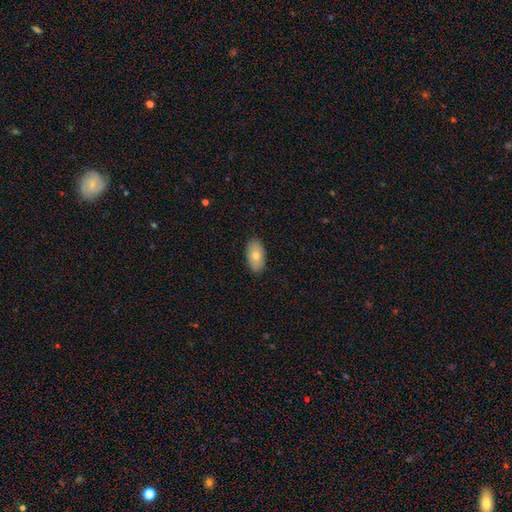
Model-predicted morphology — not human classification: smooth_or_featured: smooth (p=0.77) [alt: featured or disk p=0.16]
how_rounded: in between (p=0.94) [alt: round p=0.04]
merging: none (p=0.89) [alt: minor disturbance p=0.09]